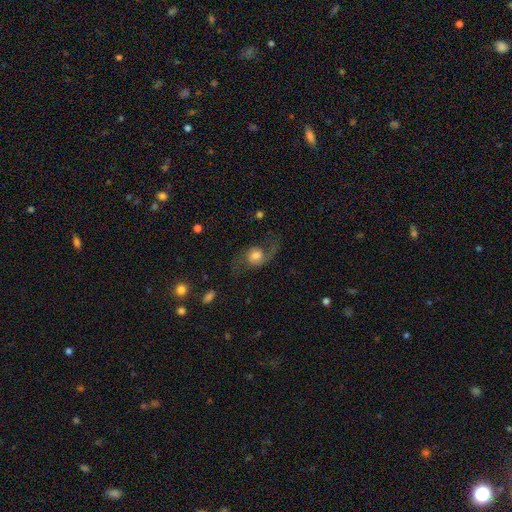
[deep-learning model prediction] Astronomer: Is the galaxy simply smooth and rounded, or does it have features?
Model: featured or disk — 68%.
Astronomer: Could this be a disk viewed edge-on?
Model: no — 95%.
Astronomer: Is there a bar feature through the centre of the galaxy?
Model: no — 64%.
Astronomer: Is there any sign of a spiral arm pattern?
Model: yes — 91%.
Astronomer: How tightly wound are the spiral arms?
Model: loose — 71%.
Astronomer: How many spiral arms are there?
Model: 2 — 85%.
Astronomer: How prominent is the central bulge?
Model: moderate — 50% (runner-up: large, 29%).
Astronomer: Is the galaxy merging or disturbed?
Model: none — 57%.